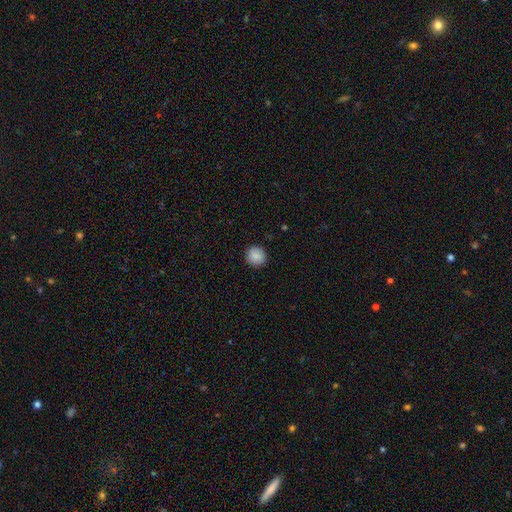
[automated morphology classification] A smooth galaxy with no disk features (88%) that is round (90%).

Vote fractions:
- Smooth or featured? smooth: 88% / star or artifact: 8% / featured or disk: 4%
- How rounded? round: 90% / in between: 9% / cigar-shaped: 1%
- Merging? none: 90% / minor disturbance: 7% / major disturbance: 2% / merger: 1%